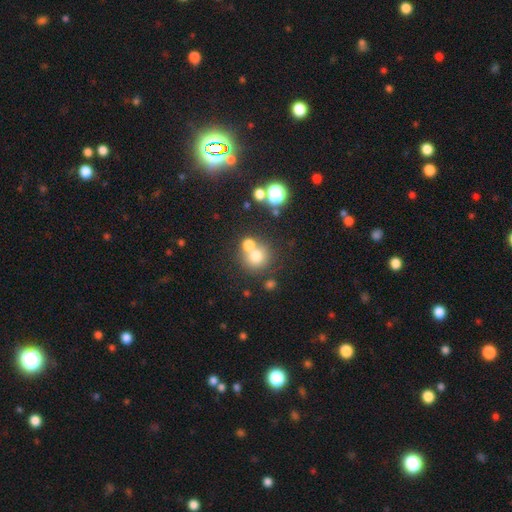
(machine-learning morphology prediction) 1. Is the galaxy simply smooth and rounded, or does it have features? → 71% smooth, 16% star or artifact, 13% featured or disk.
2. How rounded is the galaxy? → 88% round, 11% in between, 1% cigar-shaped.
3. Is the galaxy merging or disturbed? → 53% none, 34% merger, 8% minor disturbance, 4% major disturbance.